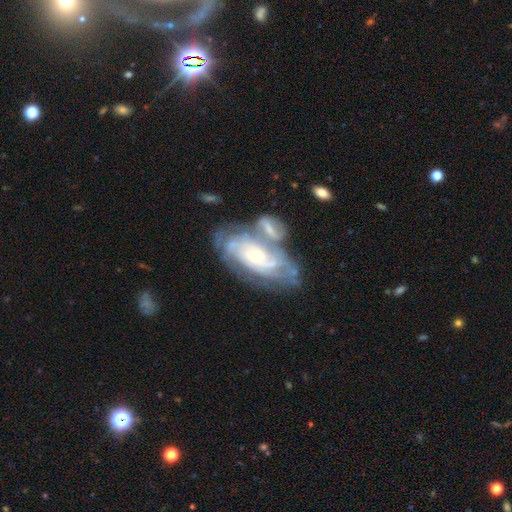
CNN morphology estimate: A featured or disk galaxy (81%) with no bar (72%), tight (63%) spiral arms (87%) and a small central bulge (66%). Merging: merger (38%).